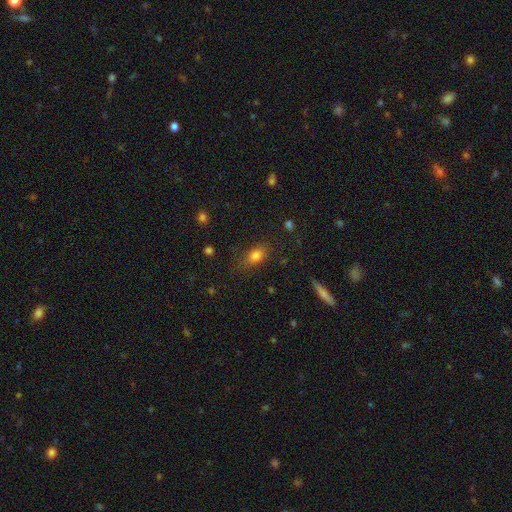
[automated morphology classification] The model was most divided on "how rounded": in between: 73%, round: 22%, cigar-shaped: 6%. More confident: smooth or featured — smooth (80%); merging — none (72%).